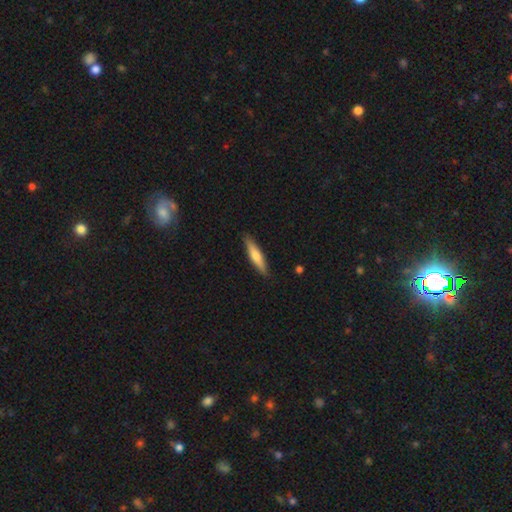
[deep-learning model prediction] A smooth galaxy with no disk features (57%) that is cigar-shaped (84%).

Vote fractions:
- Smooth or featured? smooth: 57% / featured or disk: 38% / star or artifact: 5%
- How rounded? cigar-shaped: 84% / in between: 15% / round: 2%
- Merging? none: 89% / minor disturbance: 8% / major disturbance: 2% / merger: 1%